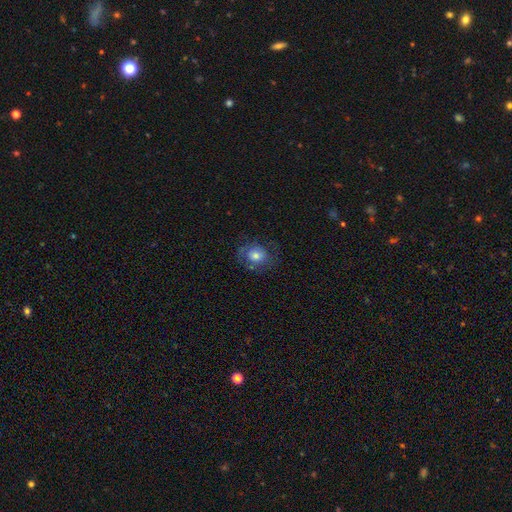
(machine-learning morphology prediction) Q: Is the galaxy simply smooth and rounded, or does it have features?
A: smooth — 55%.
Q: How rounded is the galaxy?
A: round — 56%.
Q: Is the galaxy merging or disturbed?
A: none — 62%.